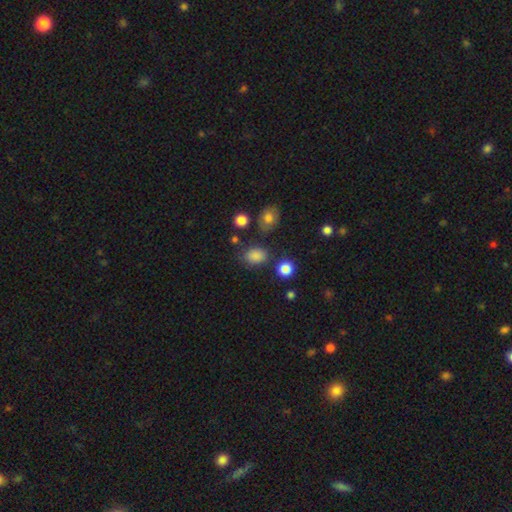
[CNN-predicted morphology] Smooth or featured? smooth (81%)
How rounded? in between (63%)
Merging? none (70%)